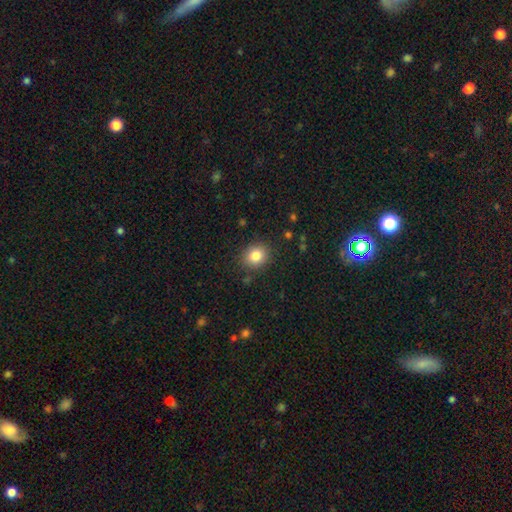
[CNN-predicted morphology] Smooth or featured: smooth — 83% (star or artifact — 10%)
How rounded: round — 71% (in between — 28%)
Merging: none — 87% (minor disturbance — 9%)